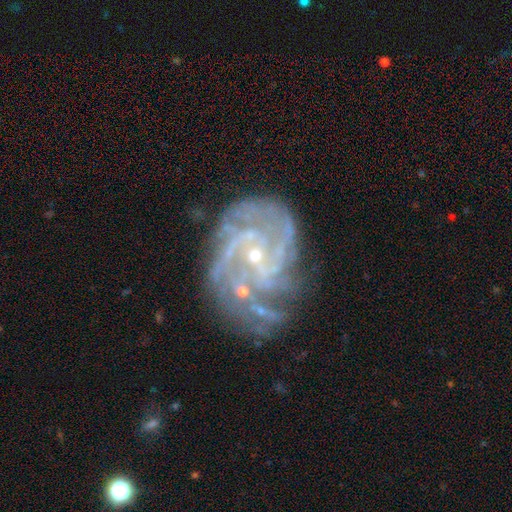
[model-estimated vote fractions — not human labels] Overall: featured or disk (89%). Edge-on disk: no (98%). Bar: no (57%; weak 33%). Spiral arms: yes (97%). Spiral arm count: 4 (24%; 3 21%). Spiral winding: tight (50%; medium 40%). Bulge size: small (81%). Merging: none (61%; minor disturbance 21%).